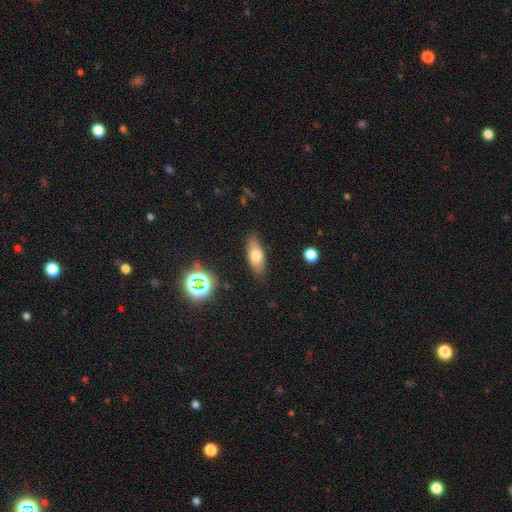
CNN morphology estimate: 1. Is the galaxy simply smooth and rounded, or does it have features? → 71% smooth, 19% featured or disk, 9% star or artifact.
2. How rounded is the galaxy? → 76% in between, 20% cigar-shaped, 4% round.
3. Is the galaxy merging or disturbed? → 85% none, 11% minor disturbance, 3% major disturbance, 2% merger.